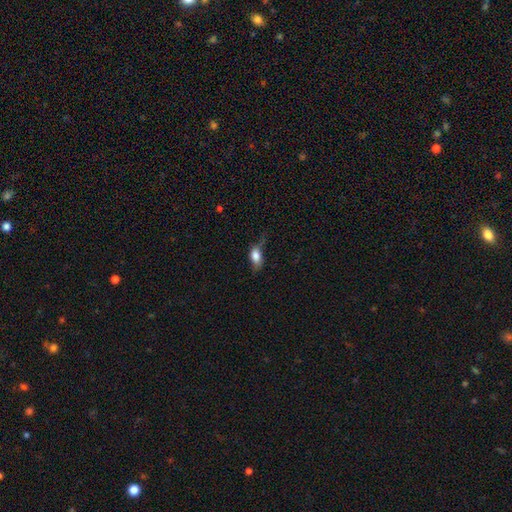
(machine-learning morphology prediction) Smooth or featured? Predicted: smooth (p=0.77). How rounded? Predicted: in between (p=0.83). Merging? Predicted: none (p=0.40).